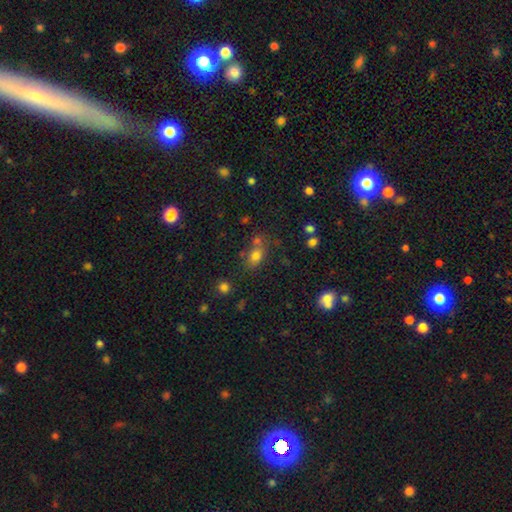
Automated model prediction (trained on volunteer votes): Overall: smooth (75%). How rounded: in between (67%; round 30%). Merging: none (57%; merger 21%).